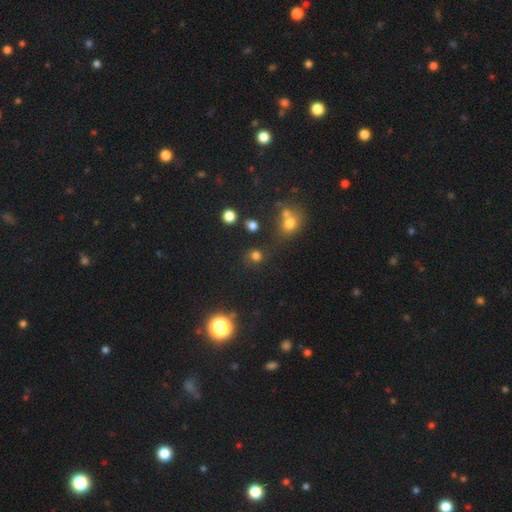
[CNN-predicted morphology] smooth-or-featured: smooth: 72% | star or artifact: 22% | featured or disk: 6%
  how-rounded: round: 85% | in between: 14% | cigar-shaped: 1%
  merging: none: 74% | minor disturbance: 12% | merger: 8% | major disturbance: 5%